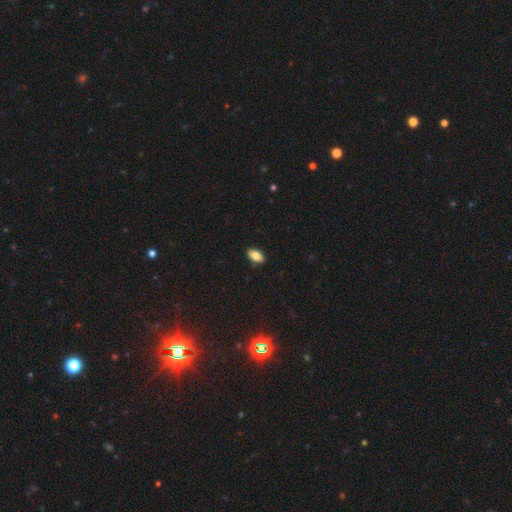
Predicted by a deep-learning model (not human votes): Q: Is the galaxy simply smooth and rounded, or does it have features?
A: smooth — 81%.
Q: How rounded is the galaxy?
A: in between — 91%.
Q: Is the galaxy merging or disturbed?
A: none — 88%.